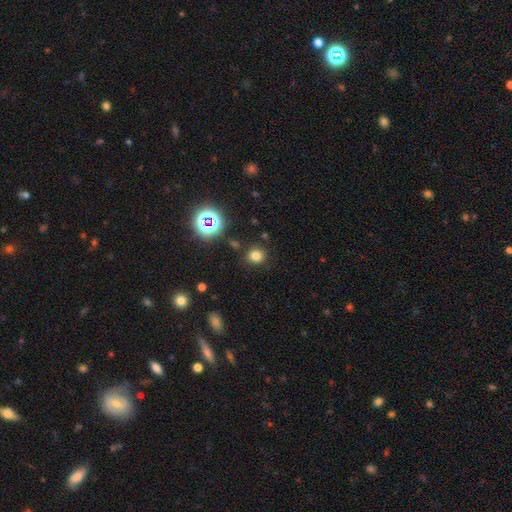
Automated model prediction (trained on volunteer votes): Q: Smooth or featured?
A: smooth (75%); runner-up: star or artifact (19%)
Q: How rounded?
A: round (81%); runner-up: in between (18%)
Q: Merging?
A: none (86%); runner-up: minor disturbance (8%)